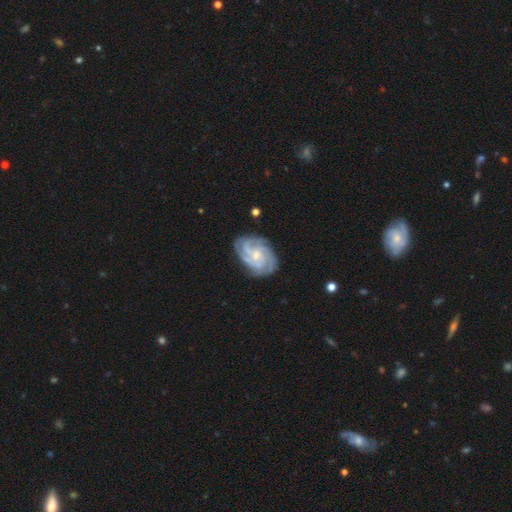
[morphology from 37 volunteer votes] smooth_or_featured: featured or disk (p=0.92) [alt: smooth p=0.05]
disk_edge_on: no (p=0.94) [alt: yes p=0.06]
bar: no (p=0.53) [alt: weak p=0.38]
has_spiral_arms: yes (p=1.00)
spiral_winding: tight (p=0.66) [alt: medium p=0.34]
spiral_arm_count: 3 (p=0.44) [alt: 4 p=0.31]
bulge_size: small (p=0.50) [alt: moderate p=0.44]
merging: none (p=0.86) [alt: minor disturbance p=0.08]